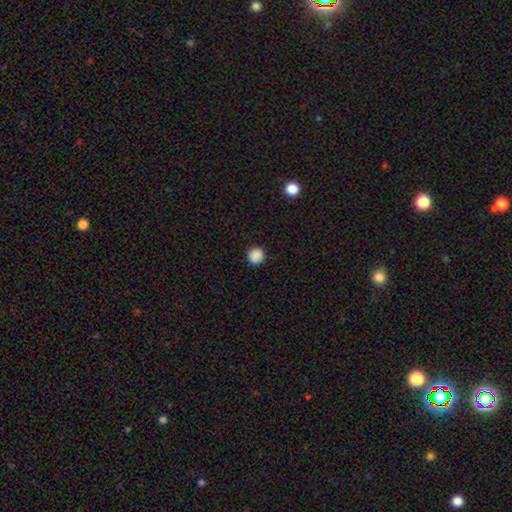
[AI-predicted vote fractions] This appears to be a smooth galaxy with no disk features (88%) that is round (87%). Merging: none (91%).